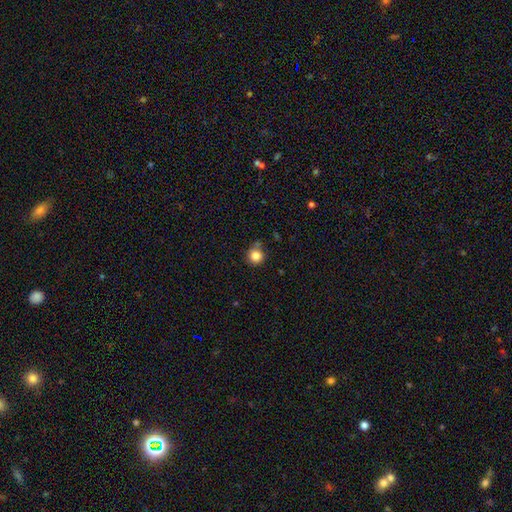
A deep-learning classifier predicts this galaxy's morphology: This appears to be a smooth galaxy with no disk features (85%) that is round (93%). Merging: none (72%).